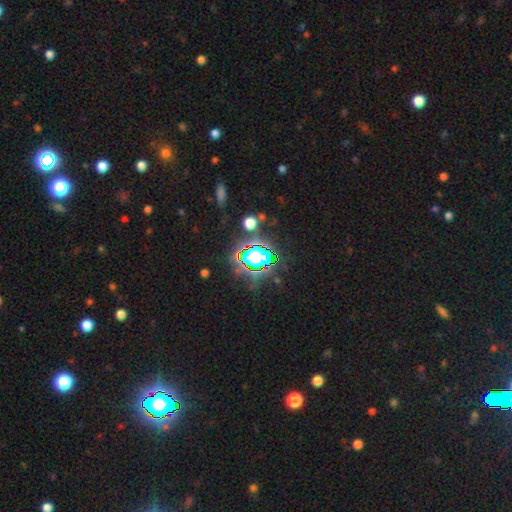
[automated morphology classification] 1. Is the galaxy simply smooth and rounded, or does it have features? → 71% star or artifact, 18% smooth, 11% featured or disk.